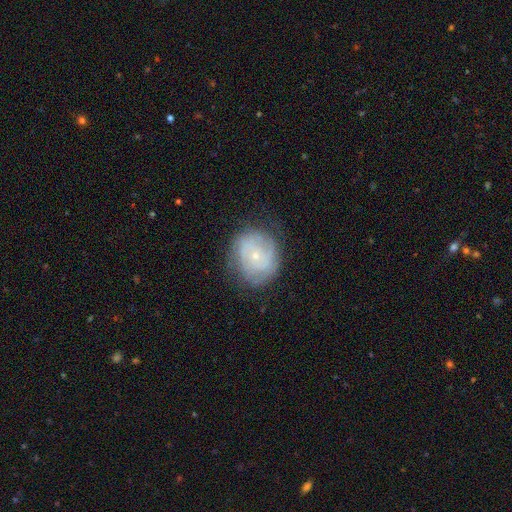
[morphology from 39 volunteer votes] This is likely a featured or disk galaxy (67%). It is clearly not viewed edge-on (96%). Bar: clearly no (88%). Spiral arm pattern: clearly yes (84%). Spiral arm count: likely can't tell (62%). Spiral winding: possibly tight (57%). Central bulge: likely small (76%). Merging: possibly none (51%).